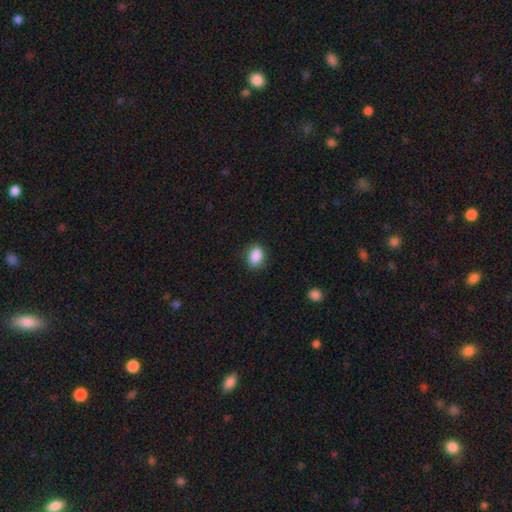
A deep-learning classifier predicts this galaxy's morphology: Smooth or featured?
  - smooth: 89% *
  - star or artifact: 8%
  - featured or disk: 3%
How rounded?
  - in between: 77% *
  - round: 21%
  - cigar-shaped: 1%
Merging?
  - none: 86% *
  - minor disturbance: 11%
  - major disturbance: 3%
  - merger: 1%